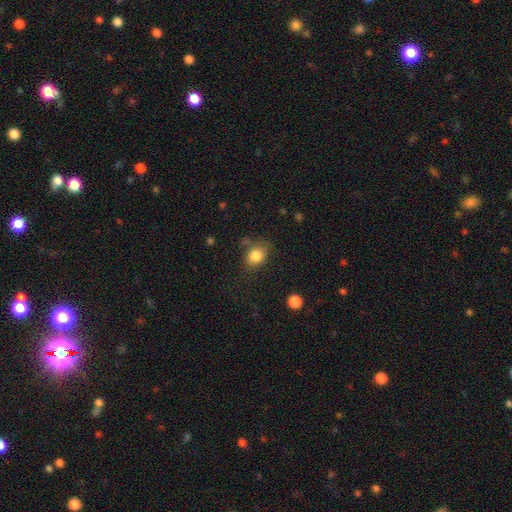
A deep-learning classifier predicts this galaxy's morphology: A smooth galaxy with no disk features (84%) that is in between round and cigar-shaped (55%). Merging: none (67%).